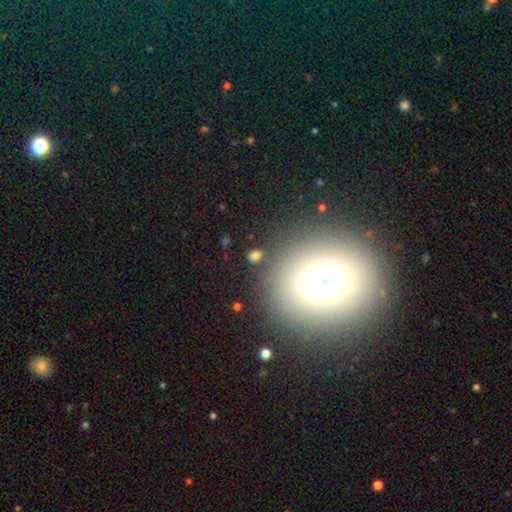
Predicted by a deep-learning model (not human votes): Smooth or featured: smooth — 66% (star or artifact — 24%)
How rounded: in between — 49% (round — 48%)
Merging: none — 82% (minor disturbance — 9%)